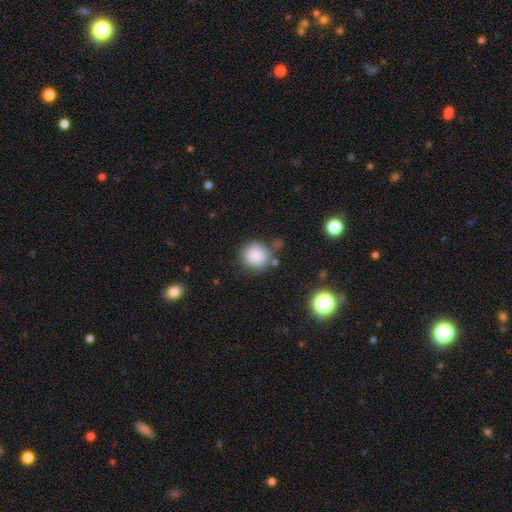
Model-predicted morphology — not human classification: smooth-or-featured: smooth: 86% | star or artifact: 9% | featured or disk: 5%
  how-rounded: round: 91% | in between: 9% | cigar-shaped: 1%
  merging: none: 73% | minor disturbance: 15% | merger: 8% | major disturbance: 5%